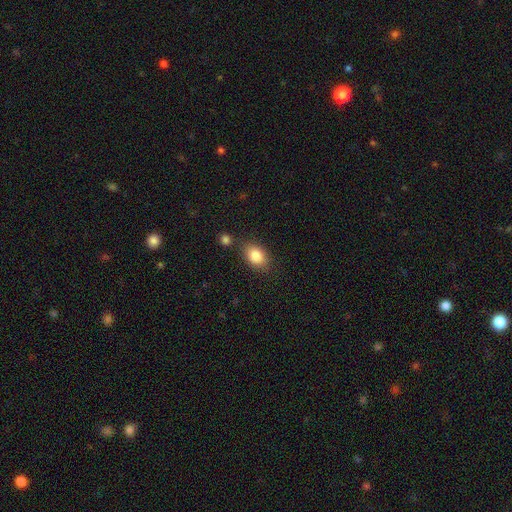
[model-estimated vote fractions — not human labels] Smooth or featured? Predicted: smooth (p=0.84). How rounded? Predicted: in between (p=0.78). Merging? Predicted: none (p=0.75).